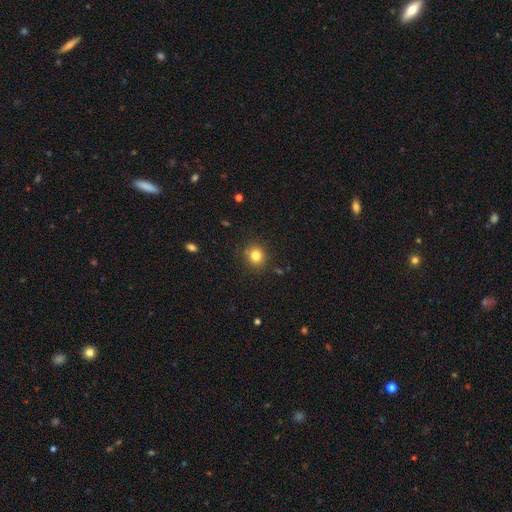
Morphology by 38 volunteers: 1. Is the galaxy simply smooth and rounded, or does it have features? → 84% smooth, 8% featured or disk, 8% star or artifact.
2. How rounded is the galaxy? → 88% round, 12% in between, 0% cigar-shaped.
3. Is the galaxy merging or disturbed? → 91% none, 9% minor disturbance, 0% major disturbance, 0% merger.